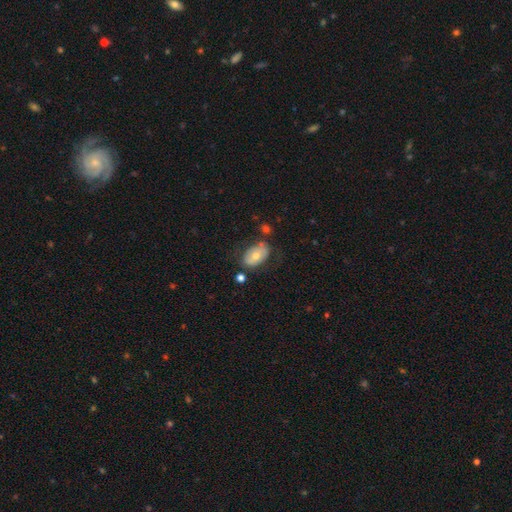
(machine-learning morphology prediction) Smooth or featured? smooth (60%)
How rounded? in between (89%)
Merging? none (61%)